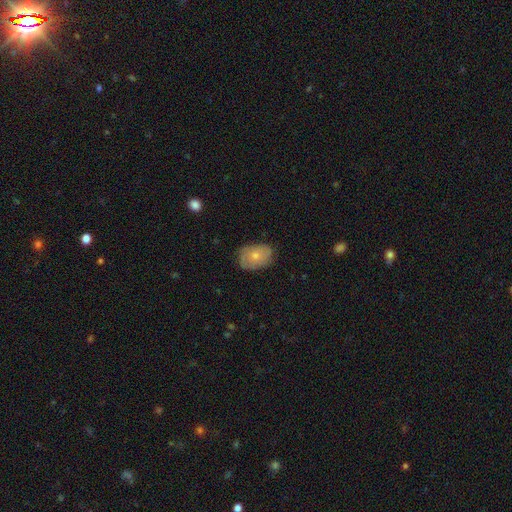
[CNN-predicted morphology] type=smooth (57%); roundness=in between (78%); merging=none (70%).